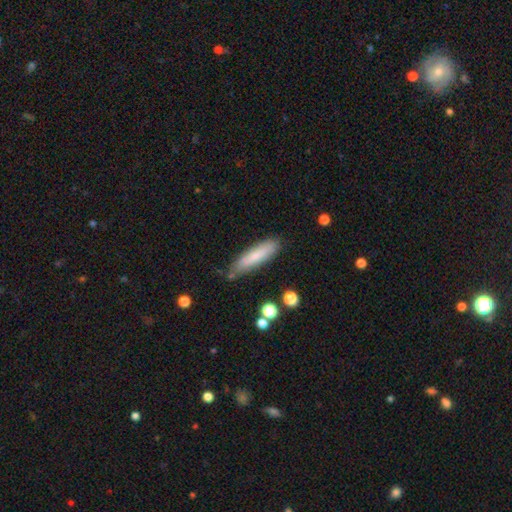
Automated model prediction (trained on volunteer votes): A smooth galaxy with no disk features (77%) that is cigar-shaped (77%). Merging: none (74%).